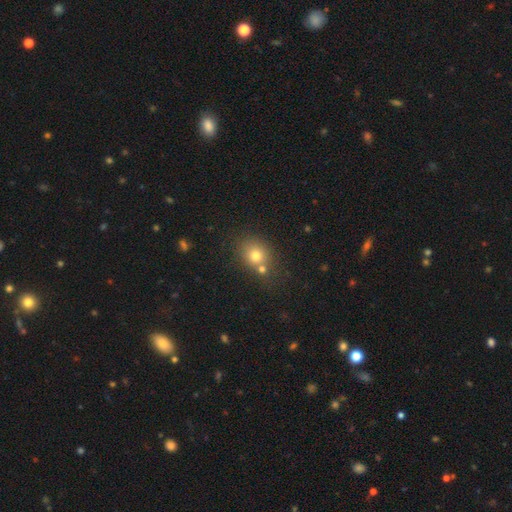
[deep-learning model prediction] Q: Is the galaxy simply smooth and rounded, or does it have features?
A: smooth — 74%.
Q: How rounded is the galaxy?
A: round — 67%.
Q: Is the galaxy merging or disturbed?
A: none — 56%.